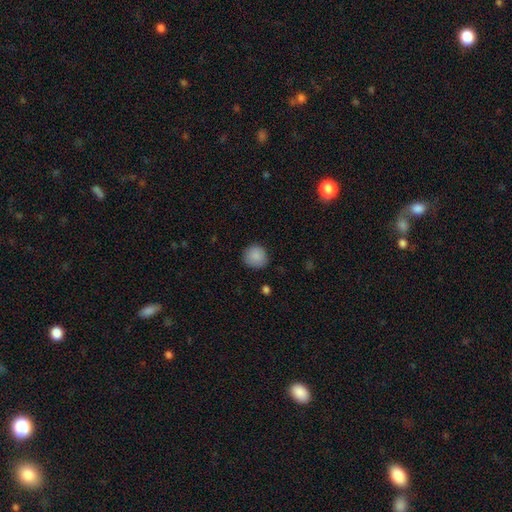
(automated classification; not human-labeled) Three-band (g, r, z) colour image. It shows a smooth galaxy with no disk features (88%) that is round (91%). Merging: none (86%).